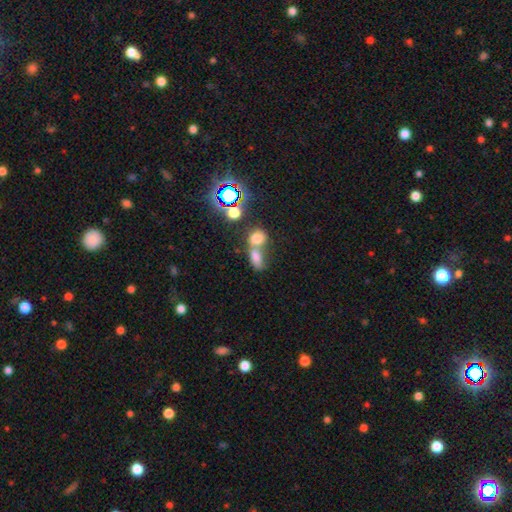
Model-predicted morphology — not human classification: A smooth galaxy with no disk features (64%) that is in between round and cigar-shaped (65%). Merging: merger (60%).